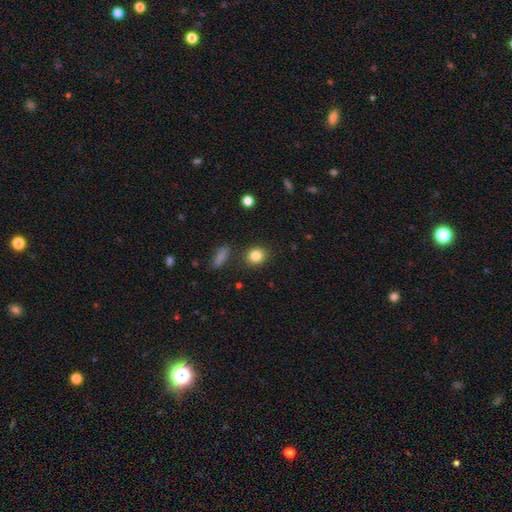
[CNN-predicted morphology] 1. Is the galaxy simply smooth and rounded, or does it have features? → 84% smooth, 10% star or artifact, 6% featured or disk.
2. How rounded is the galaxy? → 71% round, 28% in between, 1% cigar-shaped.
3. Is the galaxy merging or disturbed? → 87% none, 8% minor disturbance, 3% merger, 2% major disturbance.